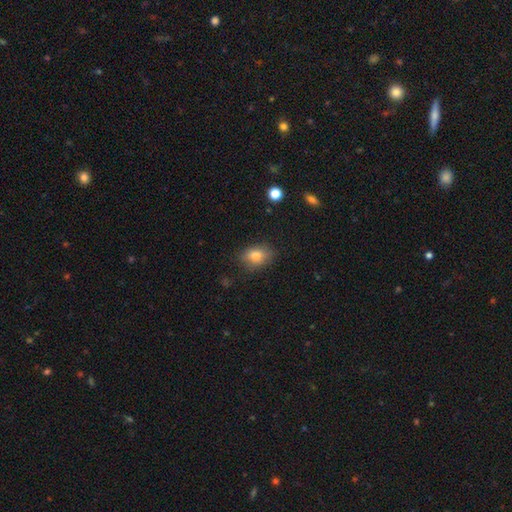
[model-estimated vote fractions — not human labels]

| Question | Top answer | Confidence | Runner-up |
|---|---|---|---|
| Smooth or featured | smooth | 81% | featured or disk (10%) |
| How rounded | in between | 71% | round (27%) |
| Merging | none | 77% | minor disturbance (18%) |